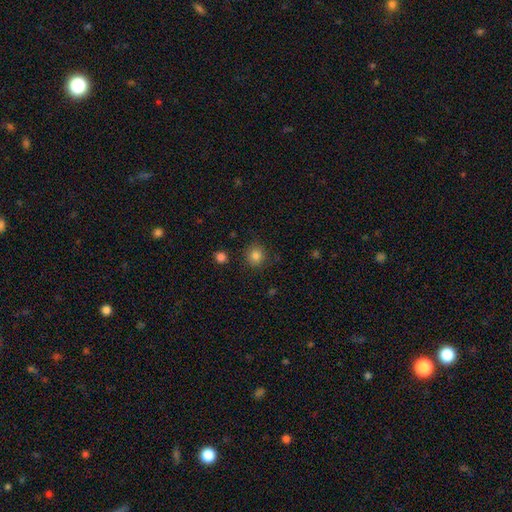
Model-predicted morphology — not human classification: This appears to be a smooth galaxy with no disk features (85%) that is round (88%). Merging: none (86%).